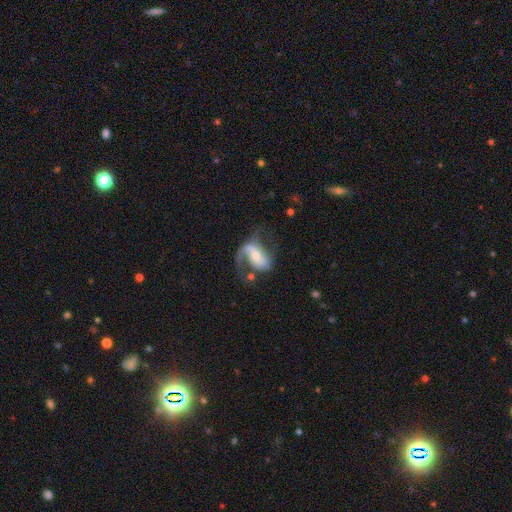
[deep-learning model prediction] Smooth or featured?
  - featured or disk: 79% *
  - smooth: 15%
  - star or artifact: 6%
Edge-on disk?
  - no: 97% *
  - yes: 3%
Bar?
  - weak: 41% *
  - no: 37%
  - strong: 22%
Spiral arms?
  - yes: 92% *
  - no: 8%
Spiral winding?
  - loose: 51% *
  - medium: 38%
  - tight: 11%
Spiral arm count?
  - 2: 64% *
  - 1: 28%
  - can't tell: 5%
  - 3: 1%
  - 4: 1%
  - more than 4: 1%
Bulge size?
  - moderate: 52% *
  - small: 39%
  - large: 5%
  - none: 3%
  - dominant: 1%
Merging?
  - none: 43% *
  - major disturbance: 30%
  - minor disturbance: 22%
  - merger: 5%